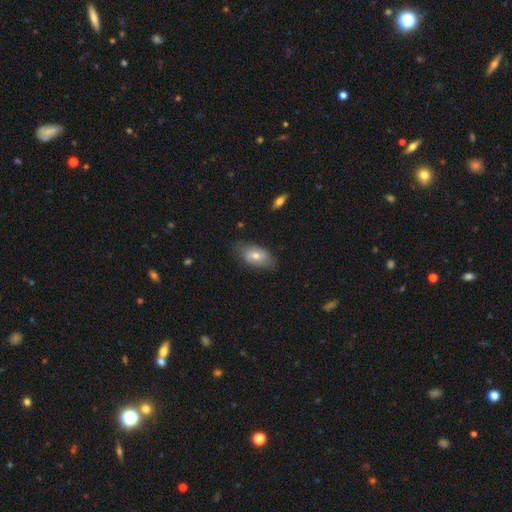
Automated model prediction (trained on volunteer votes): Morphology: type=smooth (68%); roundness=in between (92%); merging=none (73%).